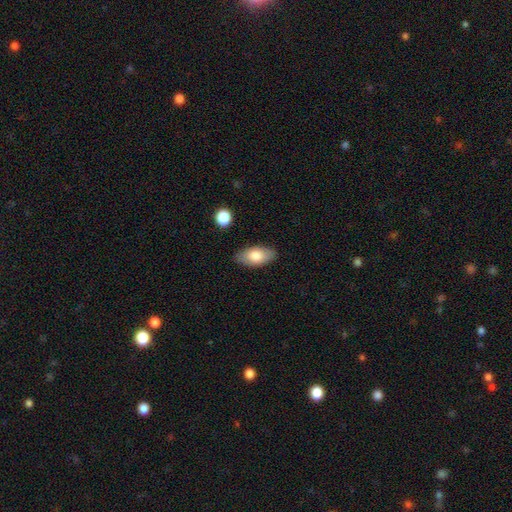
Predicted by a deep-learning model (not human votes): Smooth or featured? Predicted: smooth (p=0.79). How rounded? Predicted: in between (p=0.92). Merging? Predicted: none (p=0.85).